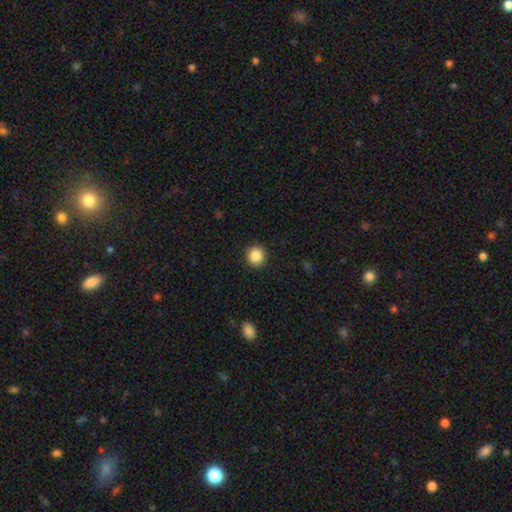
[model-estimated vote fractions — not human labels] smooth_or_featured: smooth (p=0.87) [alt: star or artifact p=0.10]
how_rounded: round (p=0.94) [alt: in between p=0.05]
merging: none (p=0.93) [alt: minor disturbance p=0.05]